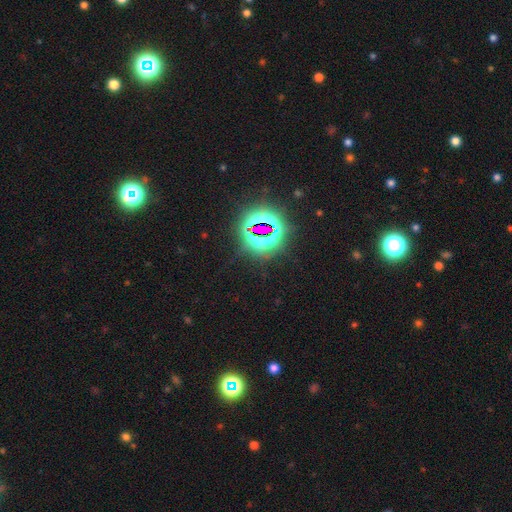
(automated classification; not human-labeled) A star or artifact, not a galaxy (82%).

Vote fractions:
- Smooth or featured? star or artifact: 82% / smooth: 12% / featured or disk: 7%